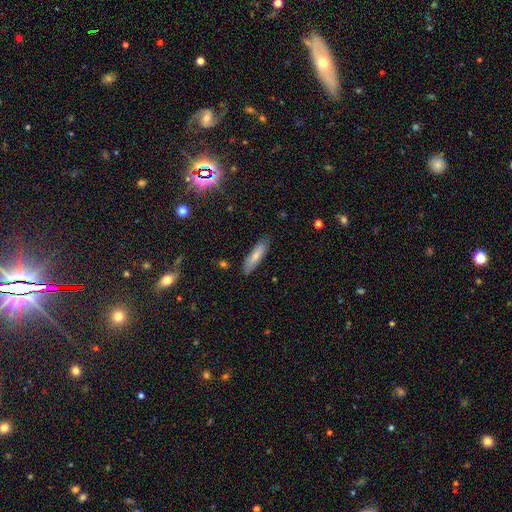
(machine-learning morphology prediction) smooth-or-featured: smooth: 75% | featured or disk: 18% | star or artifact: 7%
  how-rounded: cigar-shaped: 65% | in between: 33% | round: 2%
  merging: none: 84% | minor disturbance: 13% | major disturbance: 2% | merger: 1%